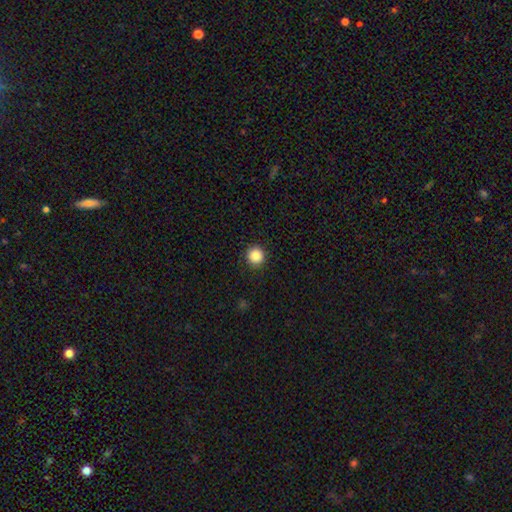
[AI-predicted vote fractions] Morphology: type=smooth (87%); roundness=round (95%); merging=none (92%).